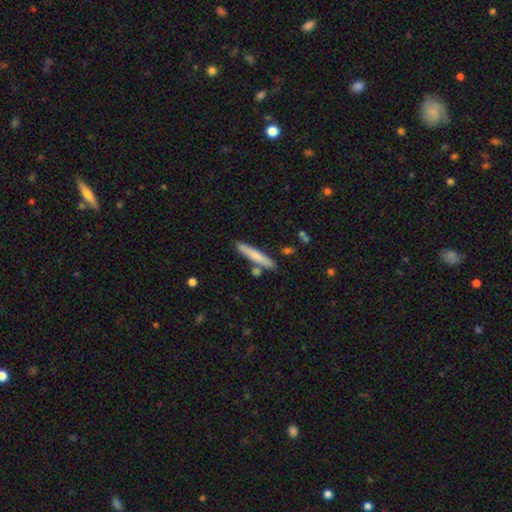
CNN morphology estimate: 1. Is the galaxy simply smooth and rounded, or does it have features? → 72% smooth, 23% featured or disk, 5% star or artifact.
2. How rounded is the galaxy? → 93% cigar-shaped, 5% in between, 1% round.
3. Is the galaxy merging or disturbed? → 82% none, 10% minor disturbance, 6% merger, 2% major disturbance.